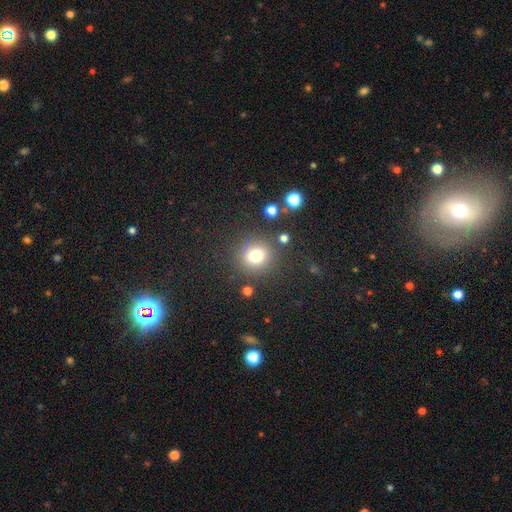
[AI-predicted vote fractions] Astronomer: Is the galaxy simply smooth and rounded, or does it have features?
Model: smooth — 75%.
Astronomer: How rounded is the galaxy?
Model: round — 82%.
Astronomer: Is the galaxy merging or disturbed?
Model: none — 81%.